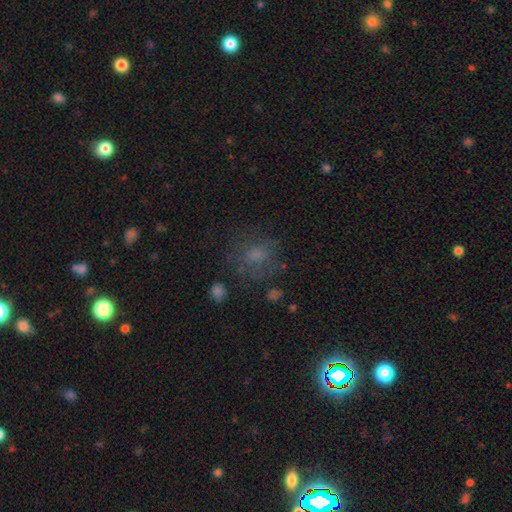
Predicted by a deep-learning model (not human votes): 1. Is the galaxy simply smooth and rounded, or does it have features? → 59% smooth, 21% featured or disk, 19% star or artifact.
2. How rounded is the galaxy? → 73% round, 26% in between, 1% cigar-shaped.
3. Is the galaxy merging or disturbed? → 65% none, 18% minor disturbance, 15% major disturbance, 3% merger.